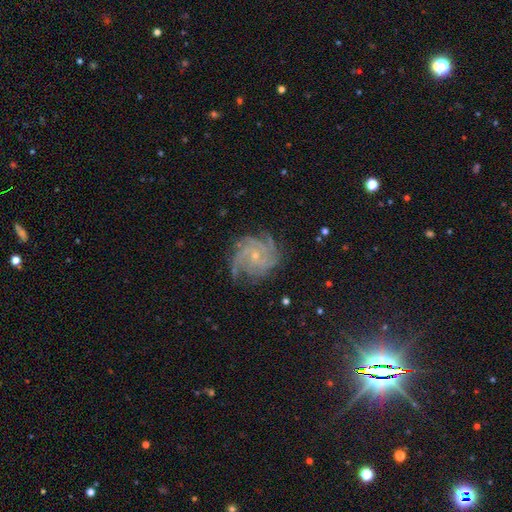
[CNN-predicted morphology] Smooth or featured? Predicted: featured or disk (p=0.87). Edge-on disk? Predicted: no (p=0.98). Bar? Predicted: no (p=0.73). Spiral arms? Predicted: yes (p=0.98). Spiral winding? Predicted: tight (p=0.61). Spiral arm count? Predicted: 4 (p=0.30). Bulge size? Predicted: small (p=0.77). Merging? Predicted: none (p=0.74).